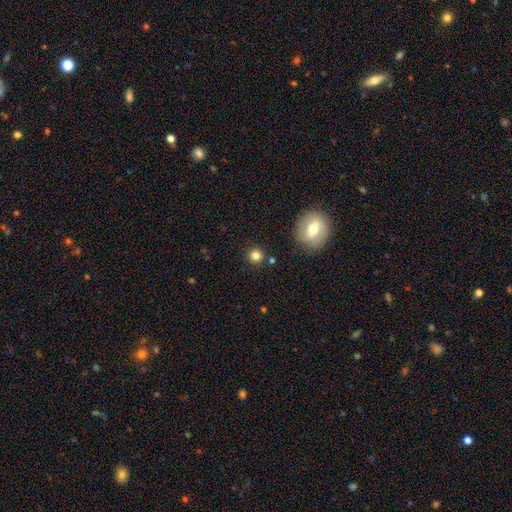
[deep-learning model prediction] Smooth or featured? Predicted: smooth (p=0.81). How rounded? Predicted: round (p=0.92). Merging? Predicted: none (p=0.87).